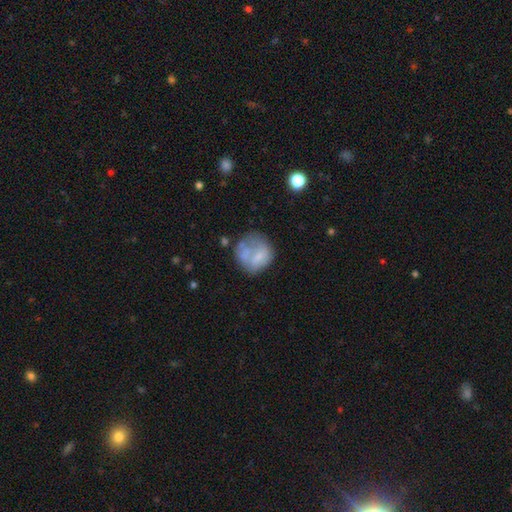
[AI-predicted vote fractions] A smooth galaxy with no disk features (54%) that is round (76%). Merging: none (44%).